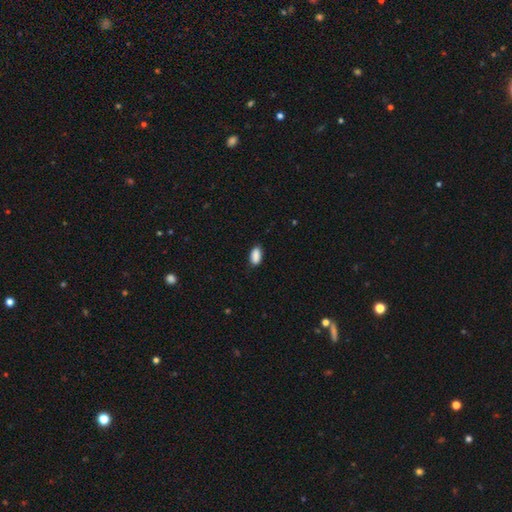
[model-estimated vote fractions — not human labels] smooth 89%, star or artifact 7%, featured or disk 3%. Down the decision tree: how rounded — in between (91%); merging — none (84%).